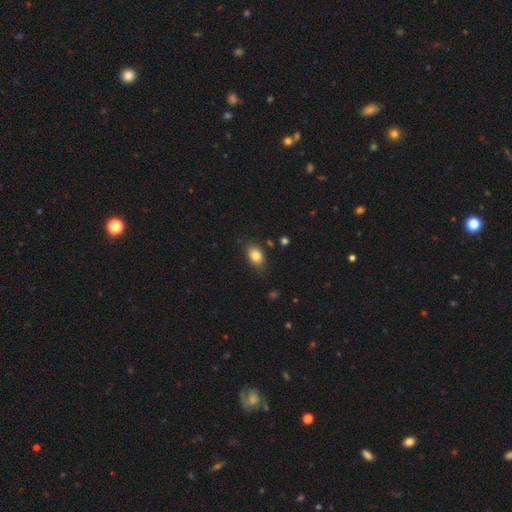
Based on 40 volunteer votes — A smooth galaxy with no disk features (90%) that is in between round and cigar-shaped (86%). Merging: none (62%).